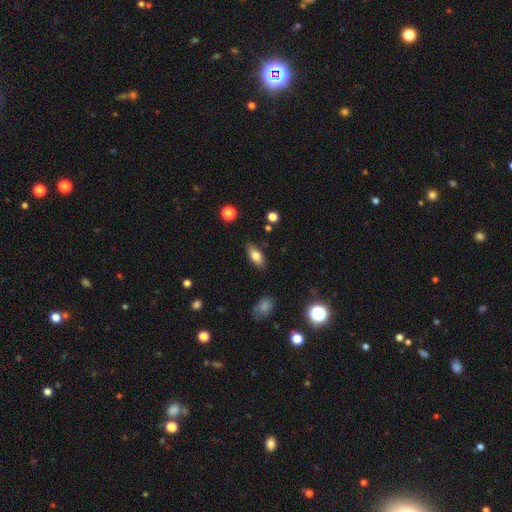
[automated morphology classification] Smooth or featured: smooth — 77% (featured or disk — 15%)
How rounded: in between — 82% (cigar-shaped — 14%)
Merging: none — 83% (minor disturbance — 12%)